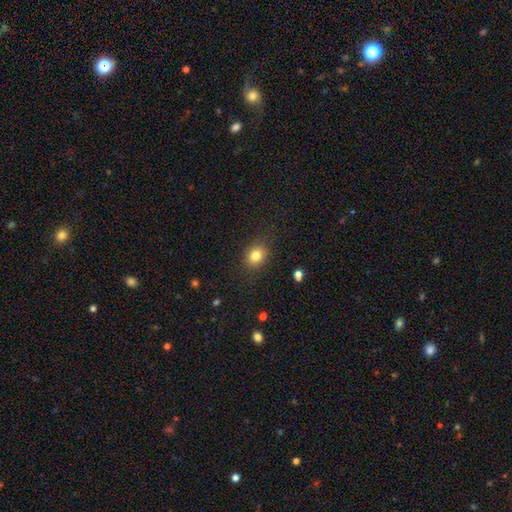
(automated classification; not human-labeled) Overall: smooth (81%). How rounded: round (64%; in between 35%). Merging: none (87%).